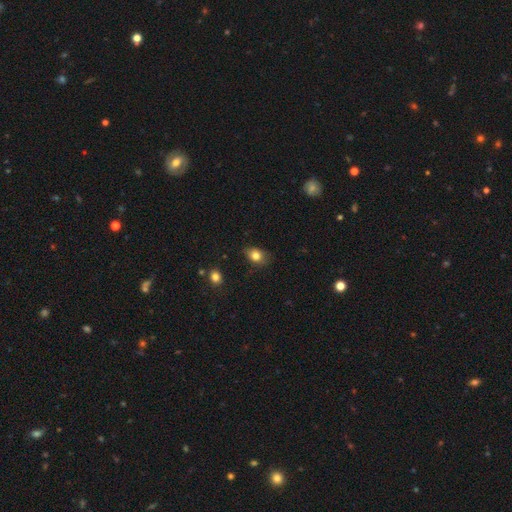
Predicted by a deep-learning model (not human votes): Morphology: type=smooth (81%); roundness=in between (65%); merging=none (72%).